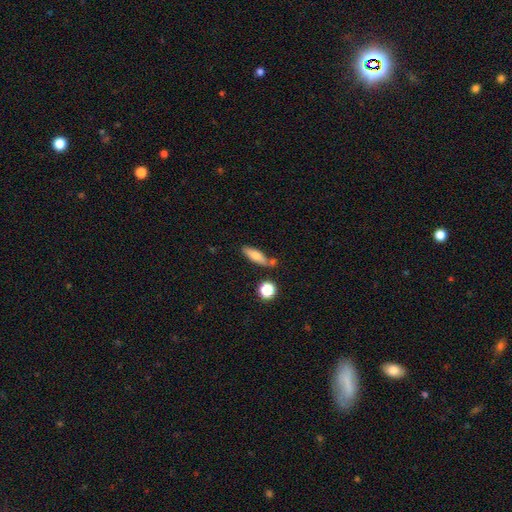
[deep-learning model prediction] Smooth or featured? smooth (71%)
How rounded? cigar-shaped (49%)
Merging? none (68%)